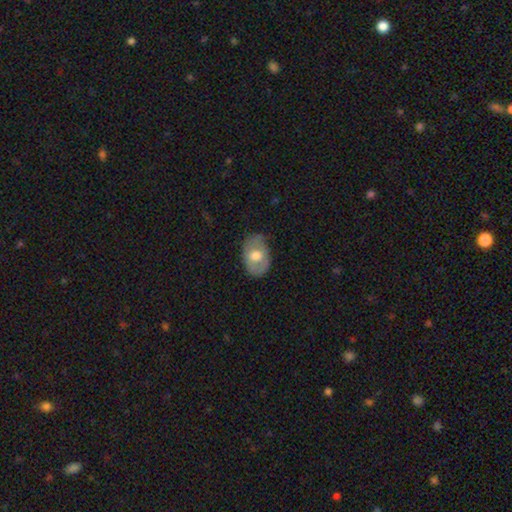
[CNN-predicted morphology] Smooth or featured? smooth (57%)
How rounded? in between (83%)
Merging? none (75%)